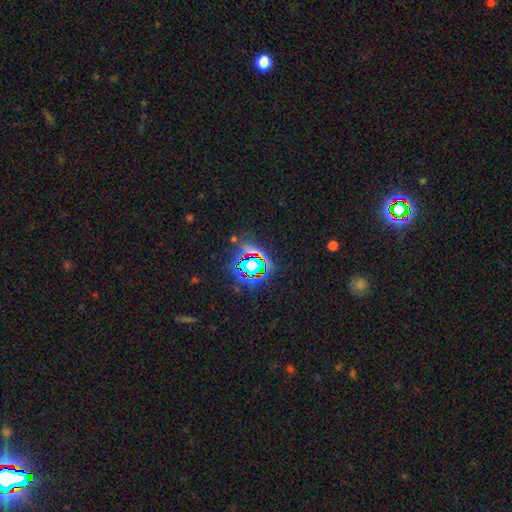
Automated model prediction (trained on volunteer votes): Smooth or featured? star or artifact (69%)